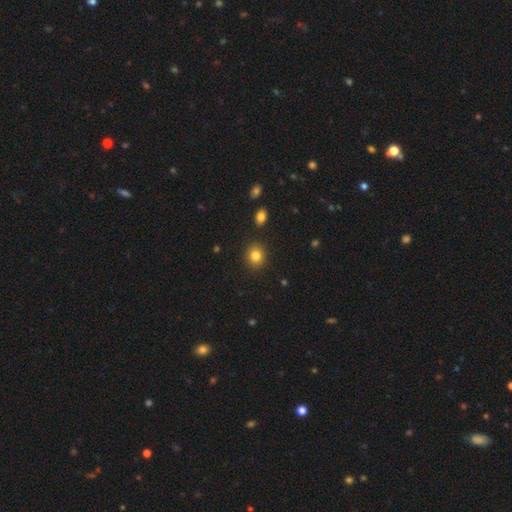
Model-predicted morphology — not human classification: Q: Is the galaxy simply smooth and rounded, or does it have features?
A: smooth — 82%.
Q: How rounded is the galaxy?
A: round — 75%.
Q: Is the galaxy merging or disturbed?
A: none — 90%.